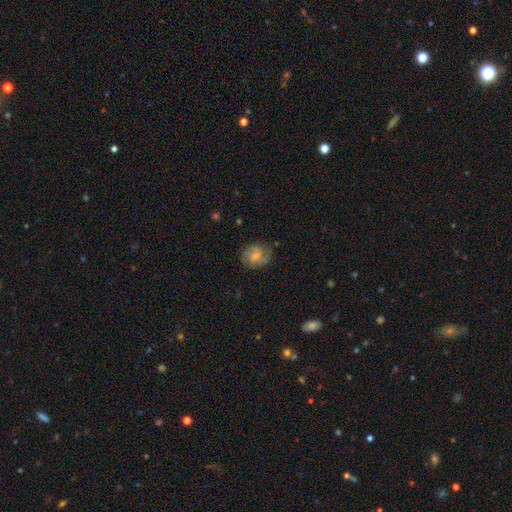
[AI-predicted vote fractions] smooth 58%, featured or disk 34%, star or artifact 8%. Down the decision tree: how rounded — round (64%); merging — none (65%).